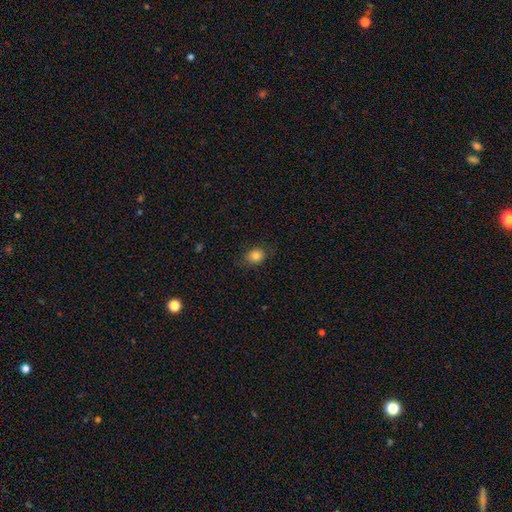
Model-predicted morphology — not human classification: Smooth or featured?
  - smooth: 82% *
  - star or artifact: 10%
  - featured or disk: 8%
How rounded?
  - round: 51% *
  - in between: 48%
  - cigar-shaped: 1%
Merging?
  - none: 77% *
  - minor disturbance: 17%
  - major disturbance: 5%
  - merger: 1%